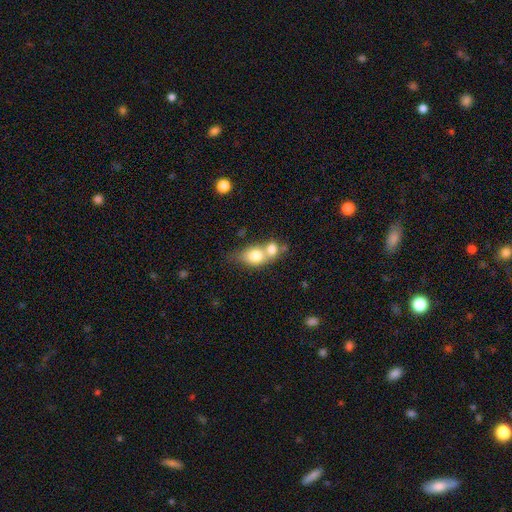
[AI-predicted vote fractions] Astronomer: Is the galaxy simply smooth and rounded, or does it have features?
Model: smooth — 75%.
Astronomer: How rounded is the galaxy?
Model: in between — 57% (runner-up: round, 40%).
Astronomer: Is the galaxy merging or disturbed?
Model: merger — 70%.